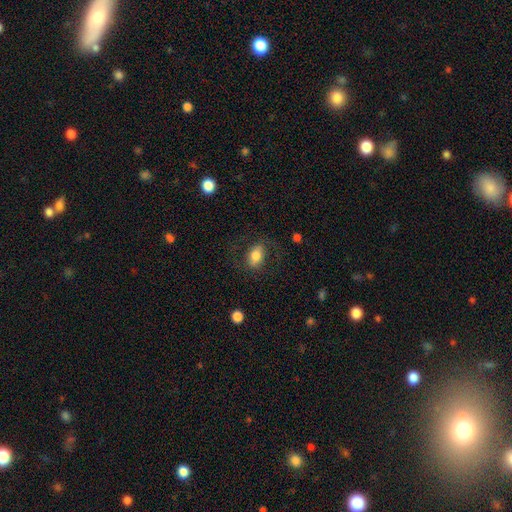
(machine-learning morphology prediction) Smooth or featured? smooth (72%)
How rounded? in between (85%)
Merging? none (71%)